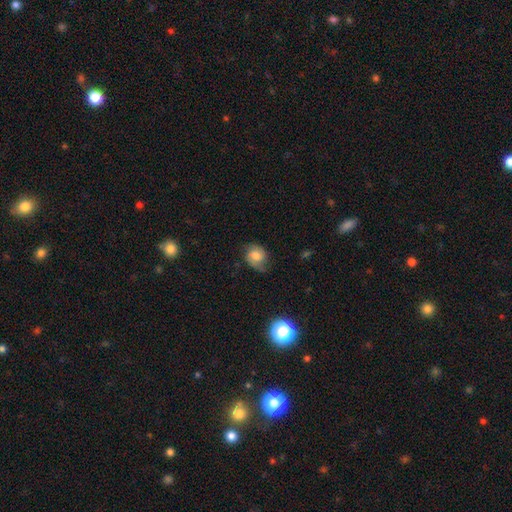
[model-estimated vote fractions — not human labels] Smooth or featured: smooth — 54% (featured or disk — 36%)
How rounded: round — 53% (in between — 46%)
Merging: none — 59% (minor disturbance — 29%)